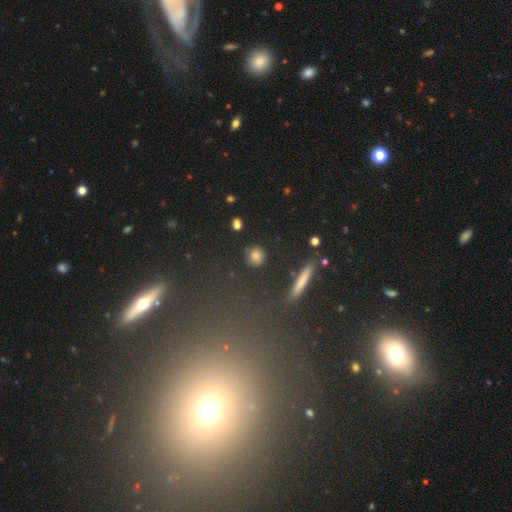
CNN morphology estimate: Smooth or featured? Predicted: smooth (p=0.78). How rounded? Predicted: round (p=0.85). Merging? Predicted: none (p=0.85).